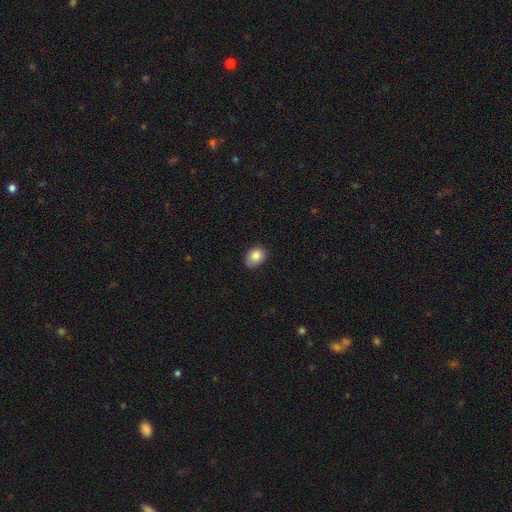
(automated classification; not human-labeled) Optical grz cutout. It shows a smooth galaxy with no disk features (84%) that is in between round and cigar-shaped (64%). Merging: none (79%).